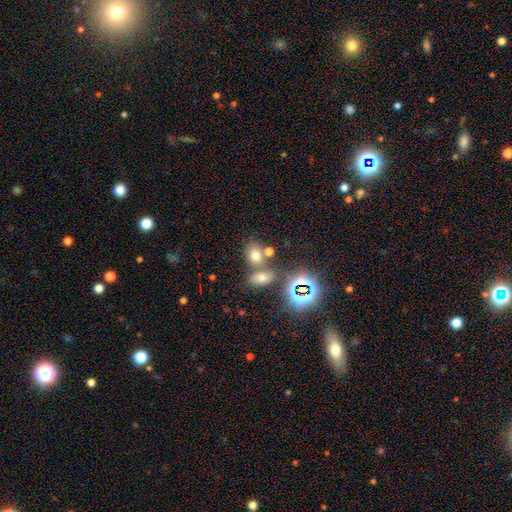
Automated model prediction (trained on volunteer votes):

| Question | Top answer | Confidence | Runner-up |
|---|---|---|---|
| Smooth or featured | smooth | 66% | star or artifact (23%) |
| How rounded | in between | 59% | round (39%) |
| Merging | none | 54% | merger (32%) |